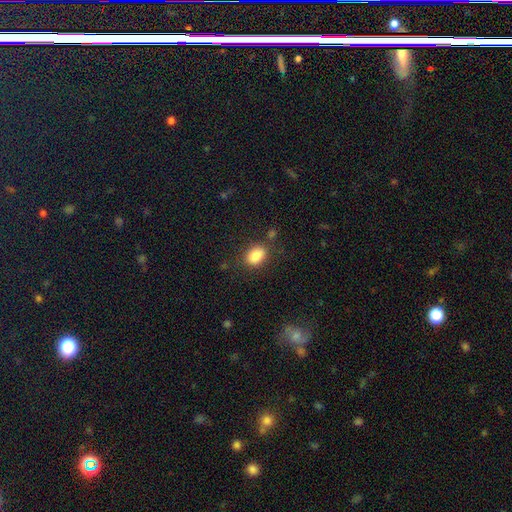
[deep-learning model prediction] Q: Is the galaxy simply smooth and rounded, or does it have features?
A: smooth — 86%.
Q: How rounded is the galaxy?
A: in between — 75%.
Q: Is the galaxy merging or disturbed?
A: none — 79%.